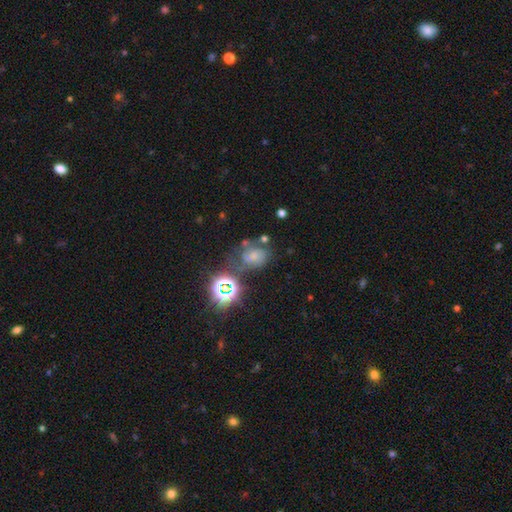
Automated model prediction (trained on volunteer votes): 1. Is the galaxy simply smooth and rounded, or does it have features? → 41% smooth, 29% star or artifact, 29% featured or disk.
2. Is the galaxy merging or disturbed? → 37% none, 24% minor disturbance, 22% major disturbance, 17% merger.